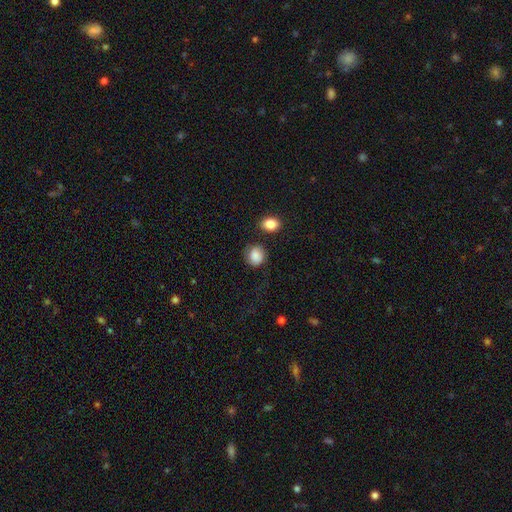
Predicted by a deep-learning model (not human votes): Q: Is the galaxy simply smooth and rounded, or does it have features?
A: smooth — 81%.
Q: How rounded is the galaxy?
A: round — 78%.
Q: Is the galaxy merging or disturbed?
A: none — 69%.